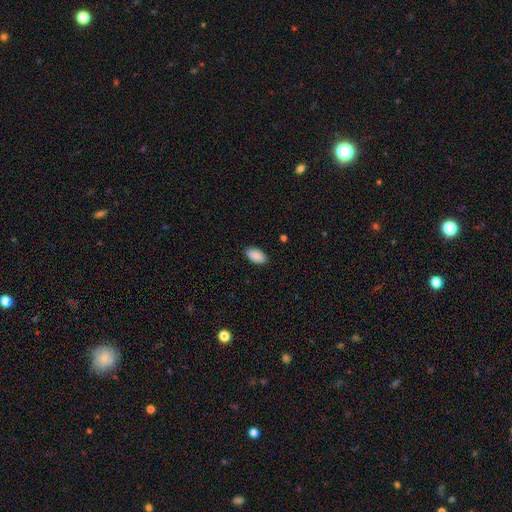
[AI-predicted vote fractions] This is clearly a smooth galaxy (89%). How rounded: clearly in between (95%). Merging: clearly none (87%).